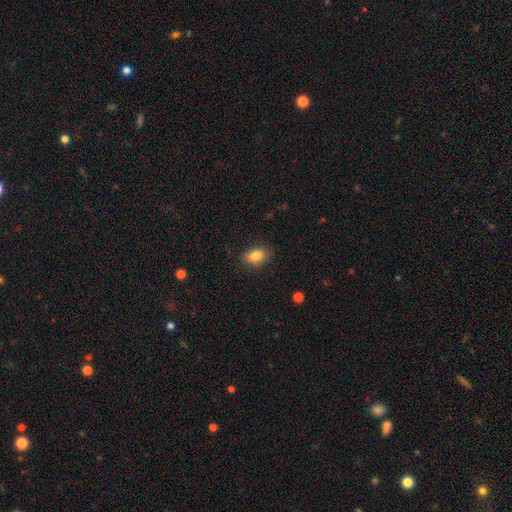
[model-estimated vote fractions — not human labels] Smooth or featured: smooth — 80% (featured or disk — 11%)
How rounded: in between — 82% (round — 15%)
Merging: none — 66% (minor disturbance — 23%)